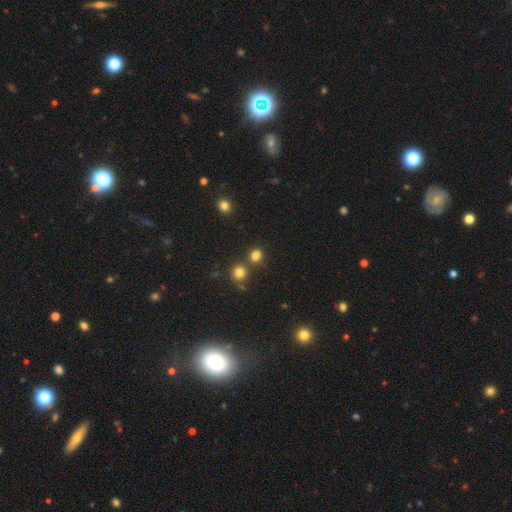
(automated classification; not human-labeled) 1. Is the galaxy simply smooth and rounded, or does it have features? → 80% smooth, 15% star or artifact, 5% featured or disk.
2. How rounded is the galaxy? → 84% round, 14% in between, 1% cigar-shaped.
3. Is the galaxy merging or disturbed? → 73% none, 17% merger, 8% minor disturbance, 3% major disturbance.